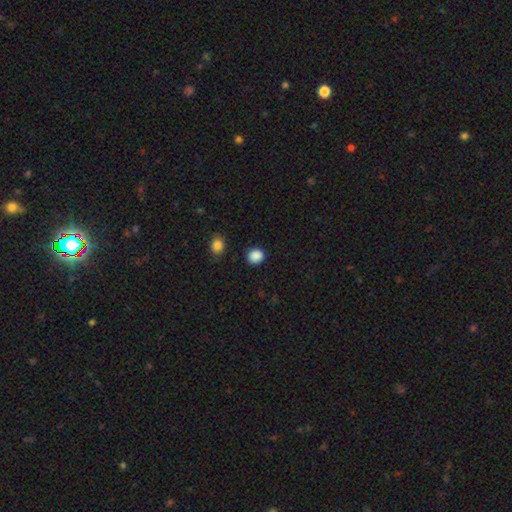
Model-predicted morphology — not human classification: Smooth or featured: smooth — 88% (star or artifact — 10%)
How rounded: round — 78% (in between — 21%)
Merging: none — 88% (minor disturbance — 8%)